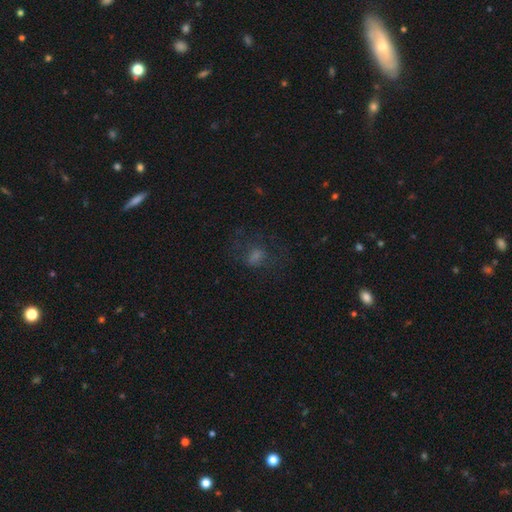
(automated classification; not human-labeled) smooth-or-featured: smooth: 46% | star or artifact: 29% | featured or disk: 25%
  merging: none: 59% | major disturbance: 22% | minor disturbance: 17% | merger: 2%